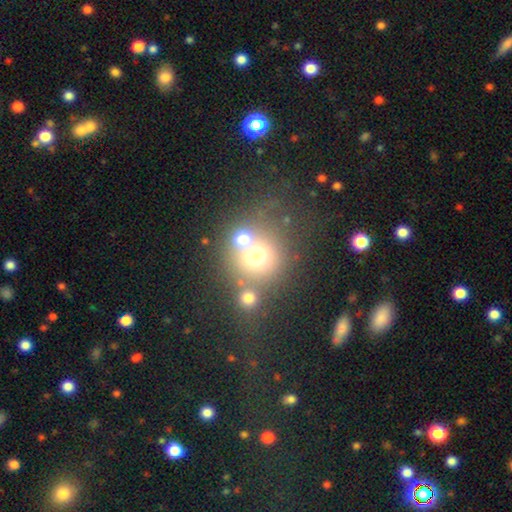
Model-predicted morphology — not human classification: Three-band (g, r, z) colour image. It shows a smooth galaxy with no disk features (64%) that is round (87%). Merging: none (53%).